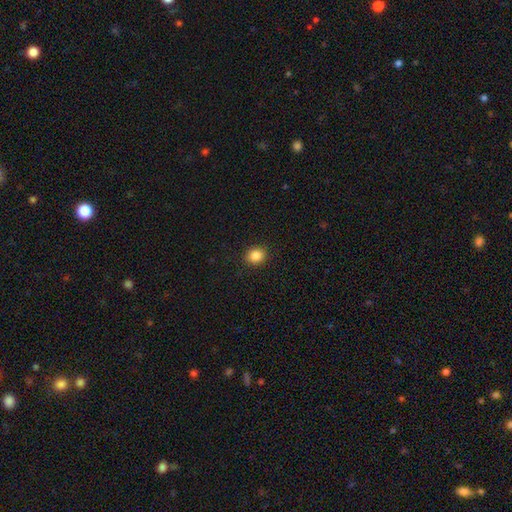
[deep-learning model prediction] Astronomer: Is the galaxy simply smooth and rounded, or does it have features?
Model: smooth — 86%.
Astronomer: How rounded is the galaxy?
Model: round — 72%.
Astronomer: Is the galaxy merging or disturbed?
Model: none — 91%.